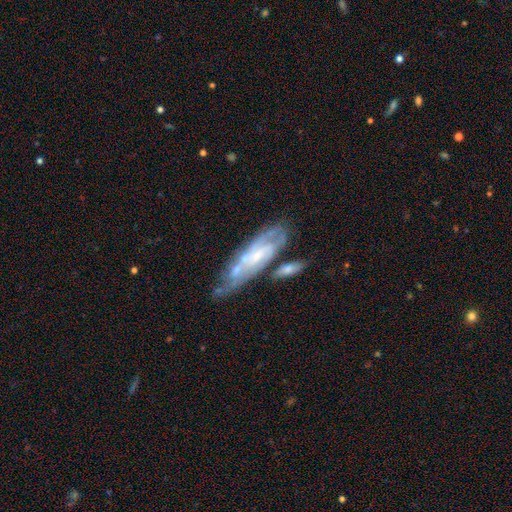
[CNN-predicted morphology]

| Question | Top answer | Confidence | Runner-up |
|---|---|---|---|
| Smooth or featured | featured or disk | 74% | smooth (19%) |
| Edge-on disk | no | 81% | yes (19%) |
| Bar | no | 49% | weak (37%) |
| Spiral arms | yes | 83% | no (17%) |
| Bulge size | small | 59% | moderate (22%) |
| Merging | none | 49% | minor disturbance (21%) |